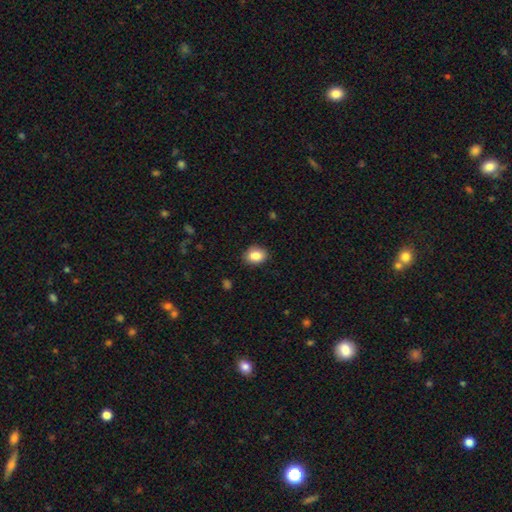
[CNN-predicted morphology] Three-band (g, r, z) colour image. It shows a smooth galaxy with no disk features (85%) that is in between round and cigar-shaped (57%). Merging: none (85%).